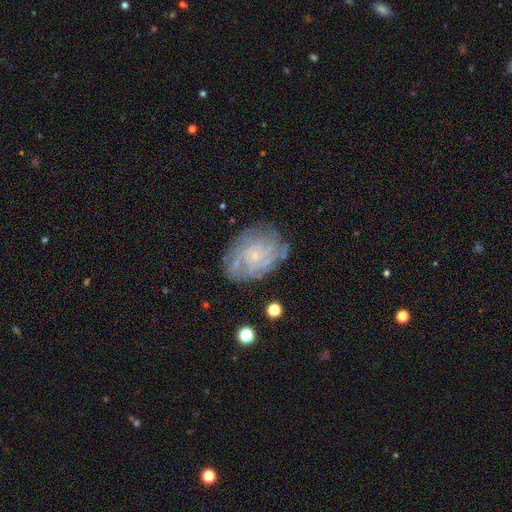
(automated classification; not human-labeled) This is likely a featured or disk galaxy (79%). It is clearly not viewed edge-on (97%). Bar: likely no (78%). Spiral arm pattern: clearly yes (93%). Spiral arm count: marginally can't tell (38%). Spiral winding: likely tight (68%). Central bulge: clearly small (84%). Merging: likely none (75%).